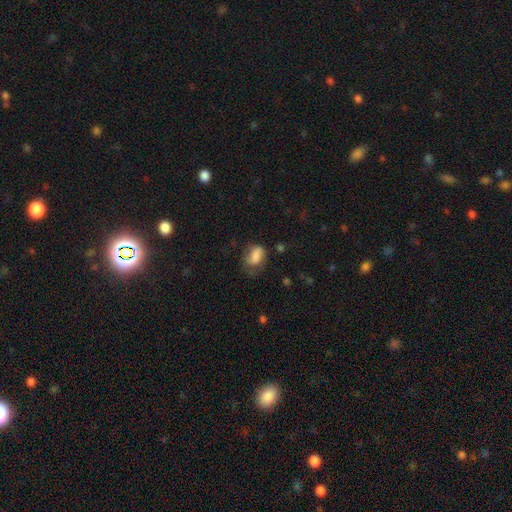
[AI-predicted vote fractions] Q: Smooth or featured?
A: smooth (77%); runner-up: featured or disk (15%)
Q: How rounded?
A: in between (80%); runner-up: round (17%)
Q: Merging?
A: none (41%); runner-up: minor disturbance (32%)